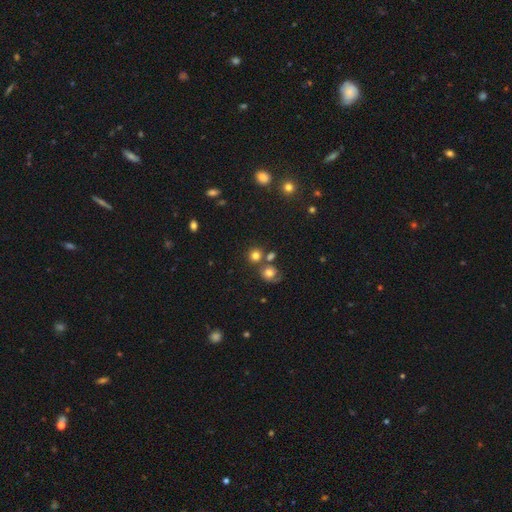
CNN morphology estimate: This is likely a smooth galaxy (76%). How rounded: clearly round (86%). Merging: likely none (65%).